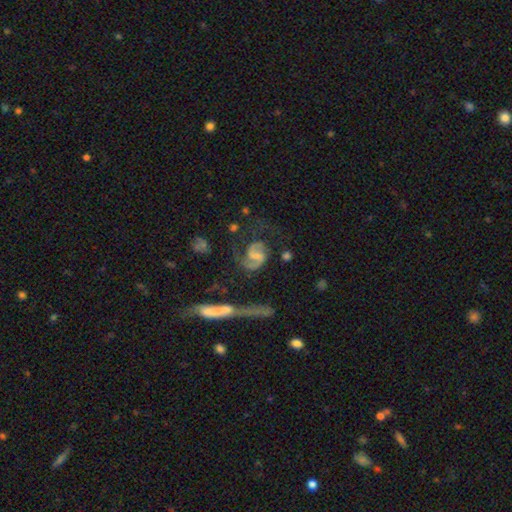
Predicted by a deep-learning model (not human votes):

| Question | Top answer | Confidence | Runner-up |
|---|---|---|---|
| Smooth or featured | featured or disk | 81% | smooth (11%) |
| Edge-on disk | no | 97% | yes (3%) |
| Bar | weak | 48% | no (29%) |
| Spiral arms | yes | 95% | no (5%) |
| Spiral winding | medium | 52% | loose (27%) |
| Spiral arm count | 2 | 88% | can't tell (4%) |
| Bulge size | none | 40% | small (34%) |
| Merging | none | 54% | major disturbance (20%) |